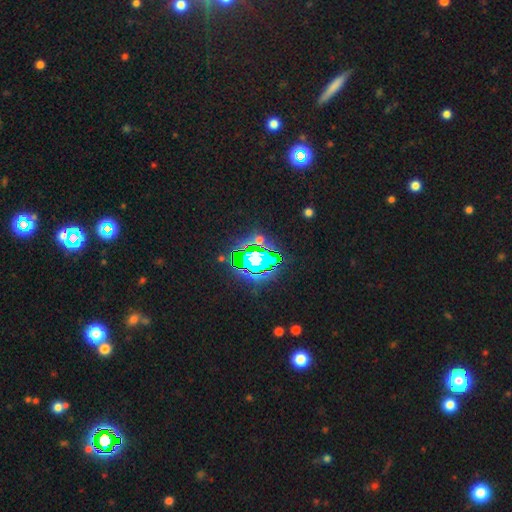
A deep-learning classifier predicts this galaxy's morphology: This appears to be a star or artifact, not a galaxy (70%).